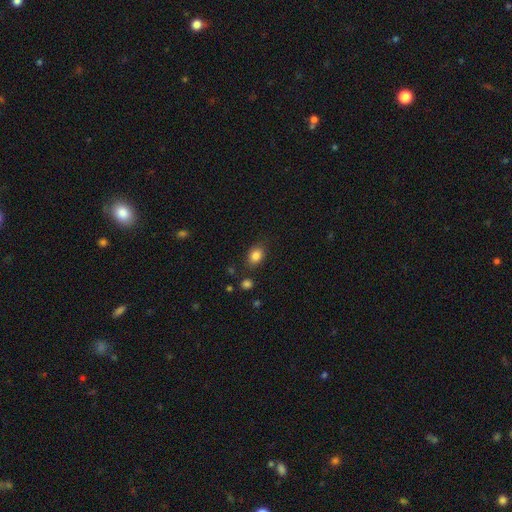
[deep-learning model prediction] A smooth galaxy with no disk features (84%) that is in between round and cigar-shaped (66%).

Vote fractions:
- Smooth or featured? smooth: 84% / star or artifact: 10% / featured or disk: 6%
- How rounded? in between: 66% / round: 32% / cigar-shaped: 1%
- Merging? none: 81% / minor disturbance: 13% / major disturbance: 3% / merger: 3%